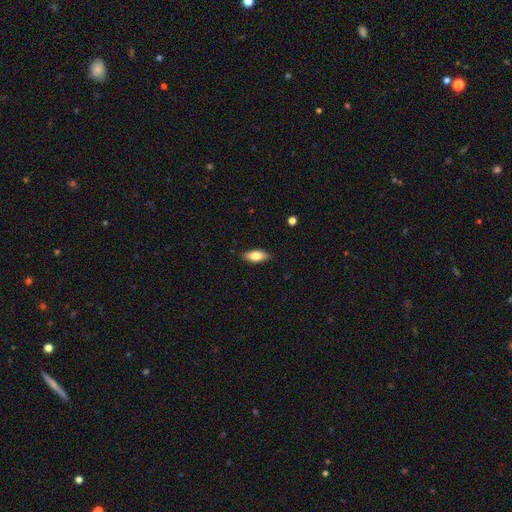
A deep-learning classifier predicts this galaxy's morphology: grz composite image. It shows a smooth galaxy with no disk features (72%) that is in between round and cigar-shaped (83%). Merging: none (86%).